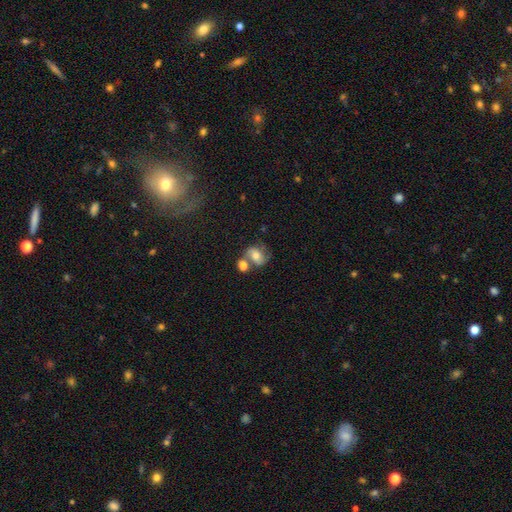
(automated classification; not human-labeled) Overall: featured or disk (48%; smooth 42%). Merging: merger (42%; none 35%).